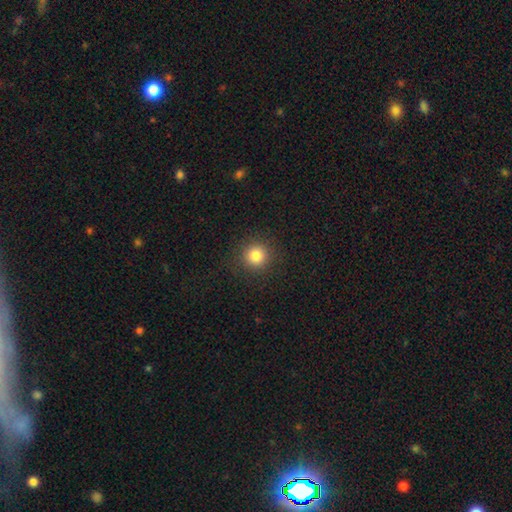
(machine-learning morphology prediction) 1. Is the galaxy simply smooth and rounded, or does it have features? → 82% smooth, 12% star or artifact, 6% featured or disk.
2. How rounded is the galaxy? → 94% round, 5% in between, 1% cigar-shaped.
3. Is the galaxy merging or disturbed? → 91% none, 6% minor disturbance, 2% major disturbance, 1% merger.